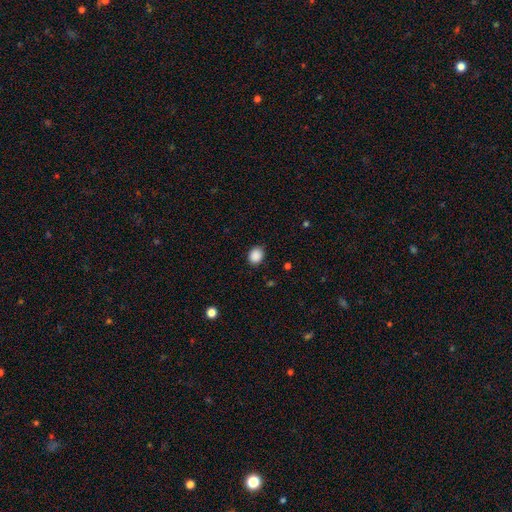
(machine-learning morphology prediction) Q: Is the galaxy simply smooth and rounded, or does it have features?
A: smooth — 89%.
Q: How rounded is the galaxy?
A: round — 58%.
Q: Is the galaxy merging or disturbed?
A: none — 86%.